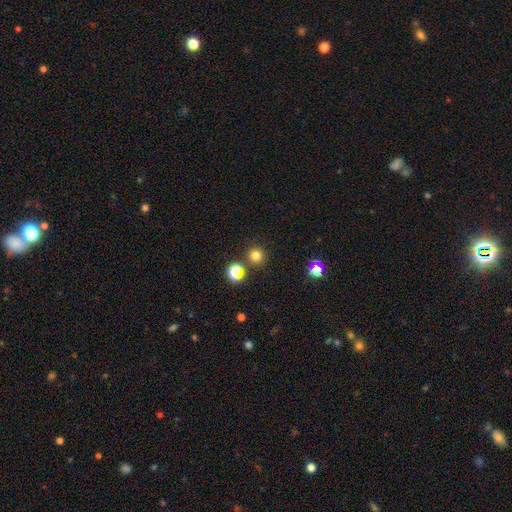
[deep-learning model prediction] smooth_or_featured: smooth (p=0.75) [alt: star or artifact p=0.19]
how_rounded: round (p=0.93) [alt: in between p=0.06]
merging: none (p=0.82) [alt: merger p=0.08]